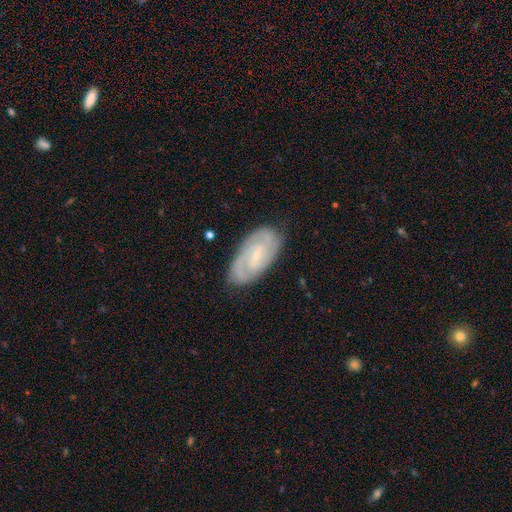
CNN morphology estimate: Smooth or featured?
  - featured or disk: 78% *
  - smooth: 15%
  - star or artifact: 6%
Edge-on disk?
  - no: 95% *
  - yes: 5%
Bar?
  - no: 47% *
  - weak: 43%
  - strong: 11%
Spiral arms?
  - yes: 94% *
  - no: 6%
Spiral winding?
  - tight: 58% *
  - medium: 33%
  - loose: 8%
Spiral arm count?
  - 2: 48% *
  - can't tell: 24%
  - 3: 15%
  - 4: 5%
  - 1: 4%
  - more than 4: 3%
Bulge size?
  - small: 79% *
  - moderate: 15%
  - none: 4%
  - large: 1%
  - dominant: 1%
Merging?
  - none: 81% *
  - minor disturbance: 15%
  - major disturbance: 3%
  - merger: 1%